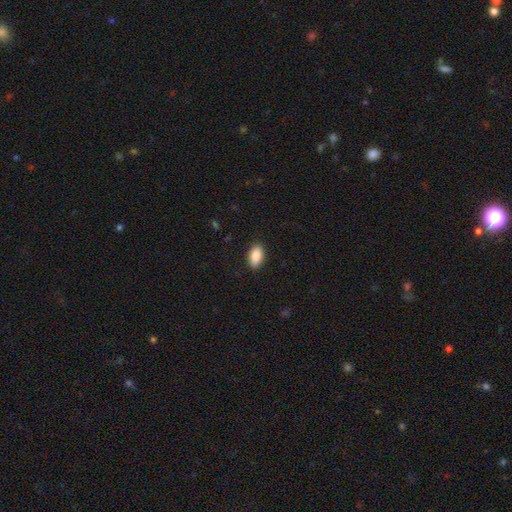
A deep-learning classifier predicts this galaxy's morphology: Overall: smooth (89%). How rounded: in between (93%). Merging: none (90%).